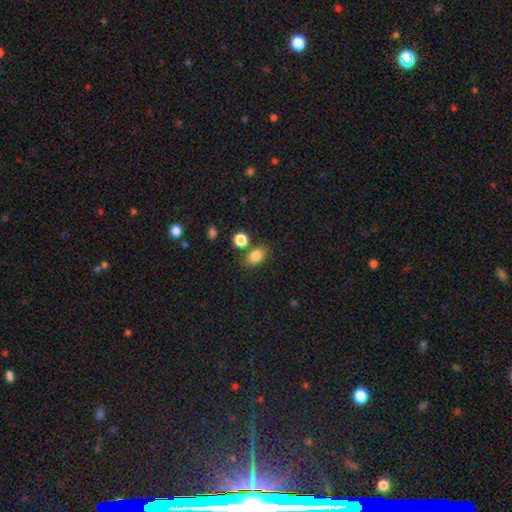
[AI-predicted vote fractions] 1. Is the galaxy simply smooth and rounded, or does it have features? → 83% smooth, 11% star or artifact, 6% featured or disk.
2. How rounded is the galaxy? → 73% in between, 26% round, 2% cigar-shaped.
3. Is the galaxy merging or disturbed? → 72% none, 13% minor disturbance, 11% merger, 4% major disturbance.